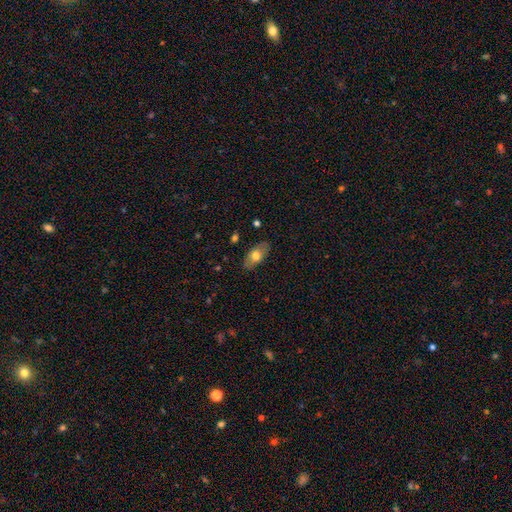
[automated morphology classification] A smooth galaxy with no disk features (69%) that is in between round and cigar-shaped (91%).

Vote fractions:
- Smooth or featured? smooth: 69% / featured or disk: 24% / star or artifact: 6%
- How rounded? in between: 91% / cigar-shaped: 4% / round: 4%
- Merging? none: 84% / minor disturbance: 12% / major disturbance: 3% / merger: 1%